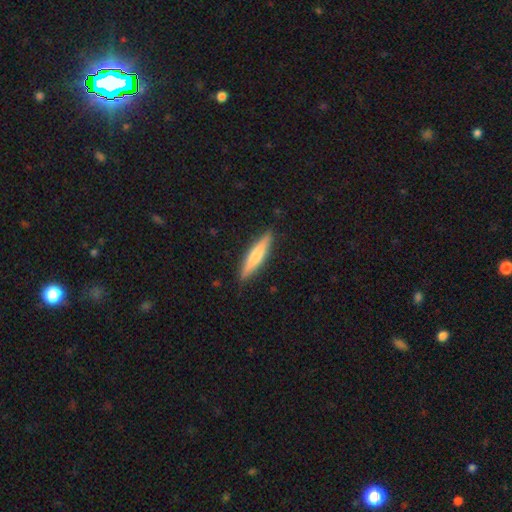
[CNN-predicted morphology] Q: Smooth or featured?
A: smooth (56%); runner-up: featured or disk (39%)
Q: How rounded?
A: cigar-shaped (87%); runner-up: in between (12%)
Q: Merging?
A: none (89%); runner-up: minor disturbance (9%)